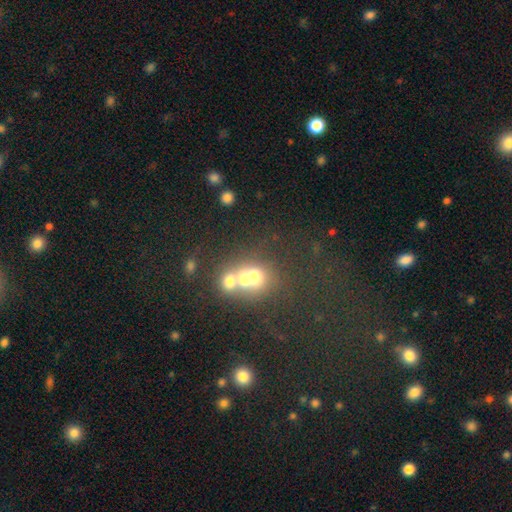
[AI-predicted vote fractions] smooth-or-featured: smooth: 46% | star or artifact: 35% | featured or disk: 18%
  merging: merger: 46% | none: 35% | major disturbance: 9% | minor disturbance: 9%